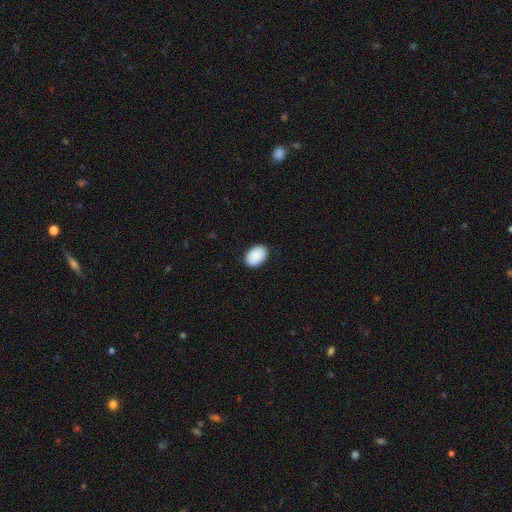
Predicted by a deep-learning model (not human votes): The model was most divided on "how rounded": in between: 85%, round: 14%, cigar-shaped: 1%. More confident: smooth or featured — smooth (90%); merging — none (86%).